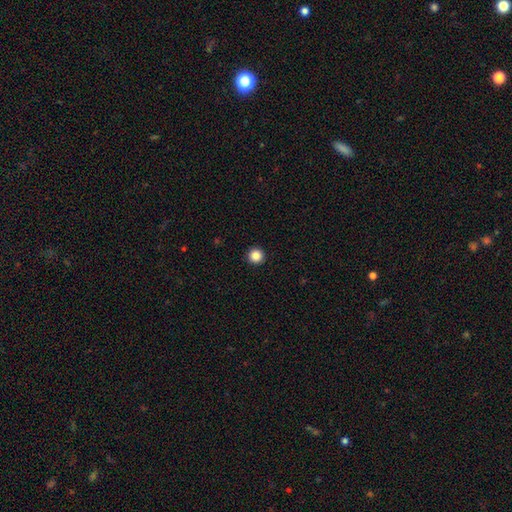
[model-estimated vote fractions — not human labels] Morphology: type=smooth (87%); roundness=round (96%); merging=none (94%).